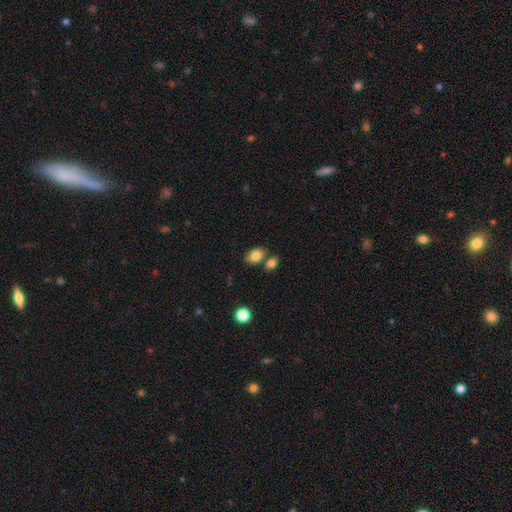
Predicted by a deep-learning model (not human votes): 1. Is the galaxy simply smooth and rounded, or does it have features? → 83% smooth, 9% star or artifact, 8% featured or disk.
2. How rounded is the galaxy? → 75% in between, 24% round, 1% cigar-shaped.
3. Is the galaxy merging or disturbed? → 65% none, 21% merger, 11% minor disturbance, 3% major disturbance.